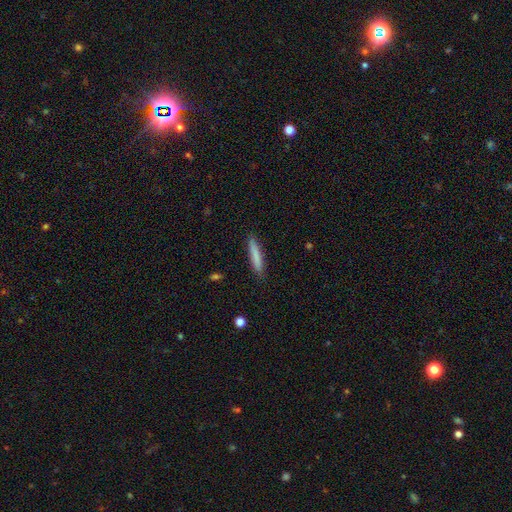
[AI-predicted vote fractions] This appears to be a smooth galaxy with no disk features (80%) that is cigar-shaped (91%). Merging: none (87%).